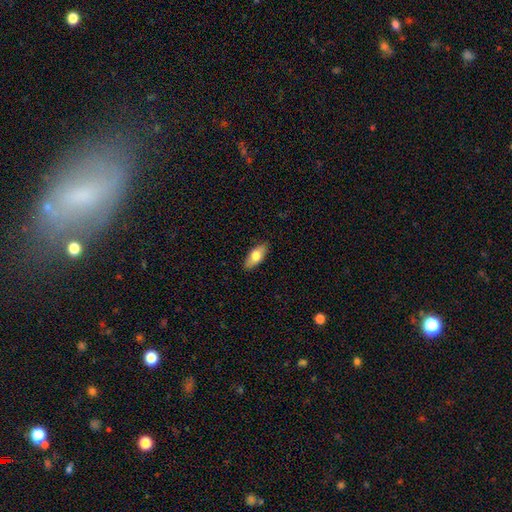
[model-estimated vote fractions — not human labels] This appears to be a smooth galaxy with no disk features (73%) that is in between round and cigar-shaped (82%). Merging: none (87%).